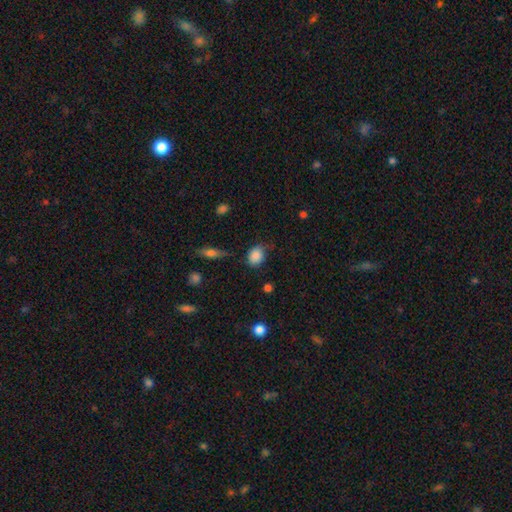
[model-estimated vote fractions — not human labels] This appears to be a smooth galaxy with no disk features (86%) that is in between round and cigar-shaped (52%). Merging: none (67%).